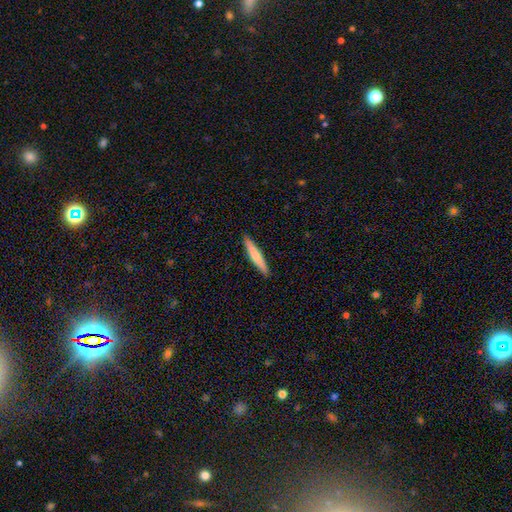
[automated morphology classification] Smooth or featured?
  - smooth: 70% *
  - featured or disk: 25%
  - star or artifact: 5%
How rounded?
  - cigar-shaped: 94% *
  - in between: 5%
  - round: 1%
Merging?
  - none: 91% *
  - minor disturbance: 6%
  - major disturbance: 1%
  - merger: 1%